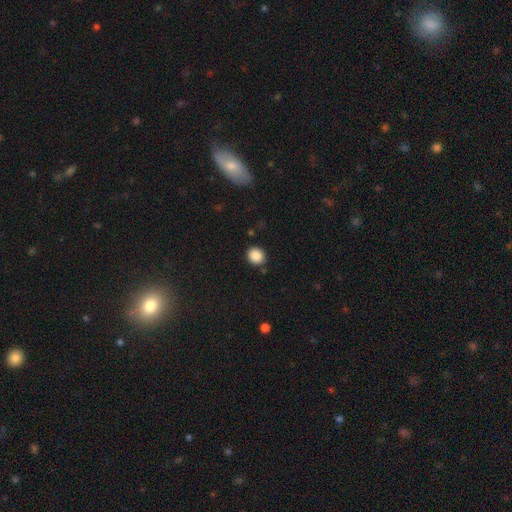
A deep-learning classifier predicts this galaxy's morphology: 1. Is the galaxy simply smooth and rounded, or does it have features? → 87% smooth, 10% star or artifact, 3% featured or disk.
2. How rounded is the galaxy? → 79% round, 20% in between, 1% cigar-shaped.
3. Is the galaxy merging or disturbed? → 86% none, 9% minor disturbance, 3% merger, 3% major disturbance.